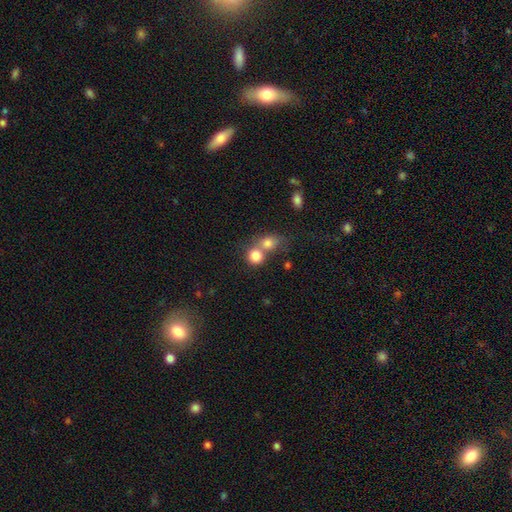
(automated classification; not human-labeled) smooth-or-featured: smooth: 81% | star or artifact: 10% | featured or disk: 9%
  how-rounded: round: 80% | in between: 19% | cigar-shaped: 1%
  merging: merger: 52% | none: 38% | minor disturbance: 7% | major disturbance: 3%